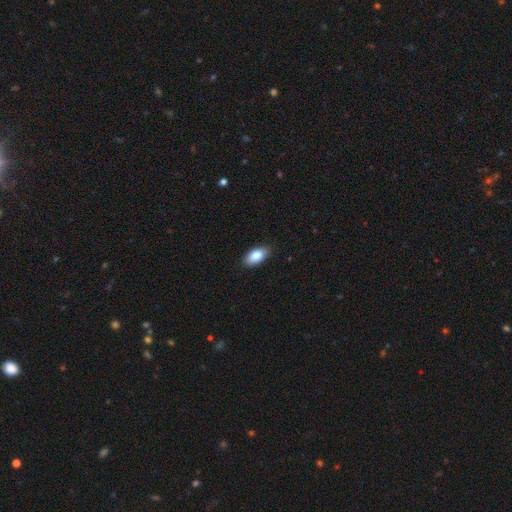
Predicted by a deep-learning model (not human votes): Smooth or featured?
  - smooth: 85% *
  - featured or disk: 8%
  - star or artifact: 7%
How rounded?
  - in between: 92% *
  - round: 4%
  - cigar-shaped: 3%
Merging?
  - none: 86% *
  - minor disturbance: 11%
  - major disturbance: 2%
  - merger: 1%